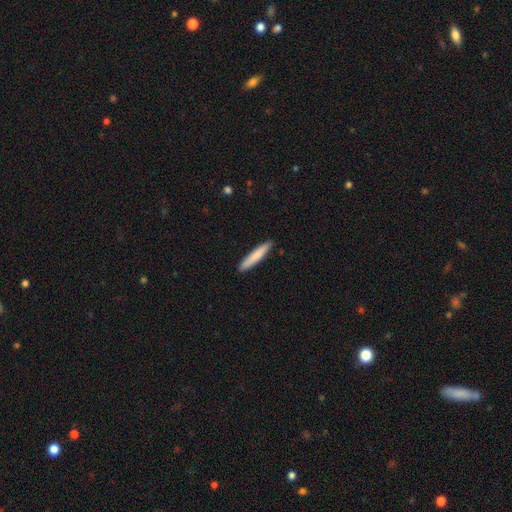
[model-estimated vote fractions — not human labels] Smooth or featured? smooth (80%)
How rounded? cigar-shaped (92%)
Merging? none (90%)